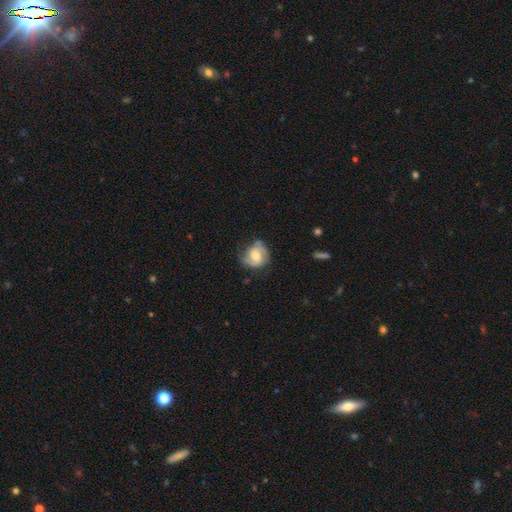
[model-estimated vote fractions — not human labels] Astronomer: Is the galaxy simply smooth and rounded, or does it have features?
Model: featured or disk — 56% (runner-up: smooth, 37%).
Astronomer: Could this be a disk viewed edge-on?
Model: no — 97%.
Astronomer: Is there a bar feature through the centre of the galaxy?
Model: no — 51% (runner-up: weak, 38%).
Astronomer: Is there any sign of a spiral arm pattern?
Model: yes — 85%.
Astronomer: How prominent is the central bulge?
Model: moderate — 61%.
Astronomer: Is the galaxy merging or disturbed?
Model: none — 60%.